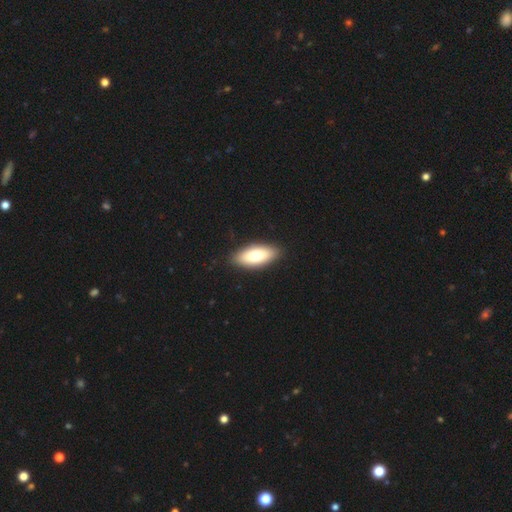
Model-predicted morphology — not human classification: This appears to be a smooth galaxy with no disk features (81%) that is in between round and cigar-shaped (83%). Merging: none (89%).